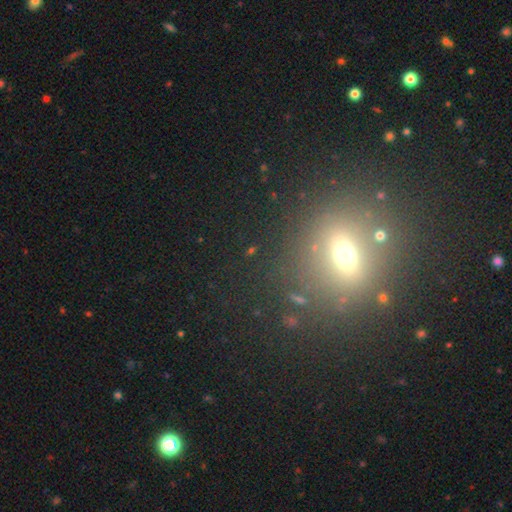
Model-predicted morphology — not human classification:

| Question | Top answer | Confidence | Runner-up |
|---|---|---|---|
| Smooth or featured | smooth | 42% | star or artifact (31%) |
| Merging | none | 83% | minor disturbance (9%) |